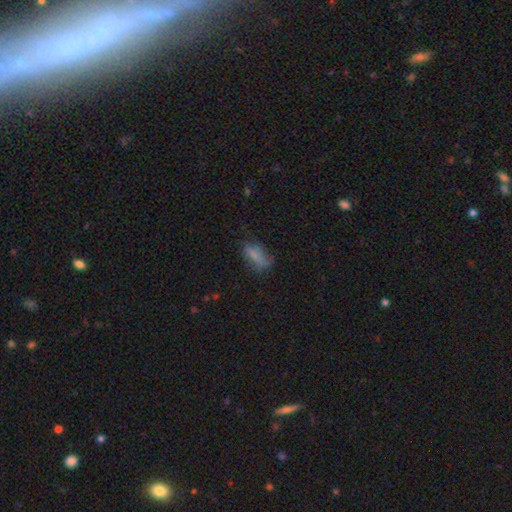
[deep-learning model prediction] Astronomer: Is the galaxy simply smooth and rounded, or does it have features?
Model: smooth — 68%.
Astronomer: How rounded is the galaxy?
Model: in between — 67%.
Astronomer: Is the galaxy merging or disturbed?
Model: none — 50% (runner-up: minor disturbance, 30%).